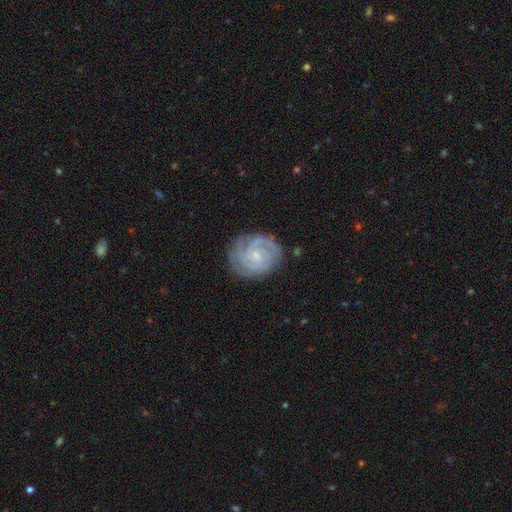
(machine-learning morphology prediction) A featured or disk galaxy (83%) with no bar (63%), 2 (27%) tight (74%) spiral arms (97%) and a small central bulge (70%).

Vote fractions:
- Smooth or featured? featured or disk: 83% / smooth: 11% / star or artifact: 6%
- Edge-on disk? no: 98% / yes: 2%
- Bar? no: 63% / weak: 32% / strong: 5%
- Spiral arms? yes: 97% / no: 3%
- Spiral winding? tight: 74% / medium: 22% / loose: 4%
- Spiral arm count? 2: 27% / 3: 26% / can't tell: 24% / 4: 12% / 1: 5% / more than 4: 5%
- Bulge size? small: 70% / moderate: 21% / none: 7% / large: 1% / dominant: 1%
- Merging? none: 77% / minor disturbance: 16% / major disturbance: 5% / merger: 1%